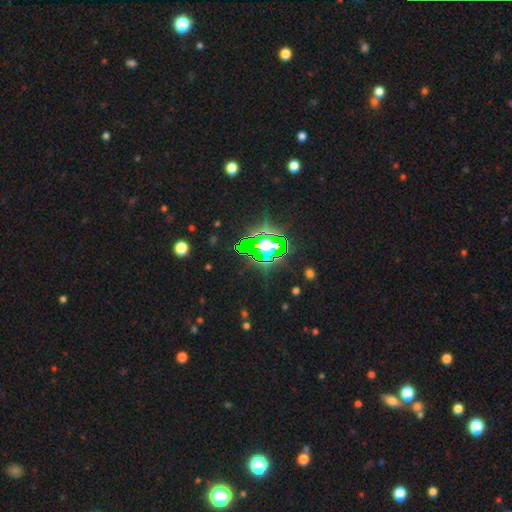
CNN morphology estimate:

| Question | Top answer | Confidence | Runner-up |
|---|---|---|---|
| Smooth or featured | star or artifact | 70% | smooth (16%) |